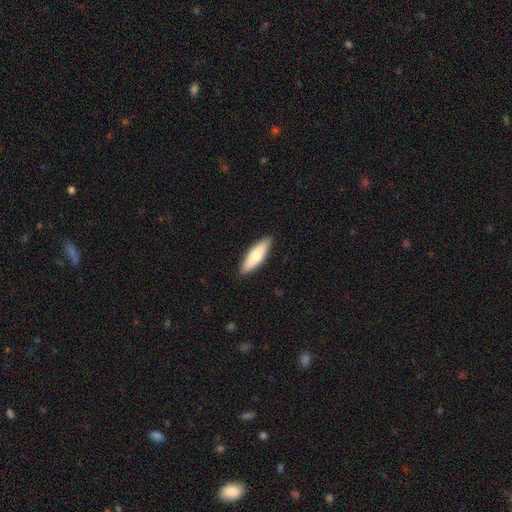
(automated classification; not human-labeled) This is likely a smooth galaxy (69%). How rounded: possibly in between (51%). Merging: clearly none (89%).